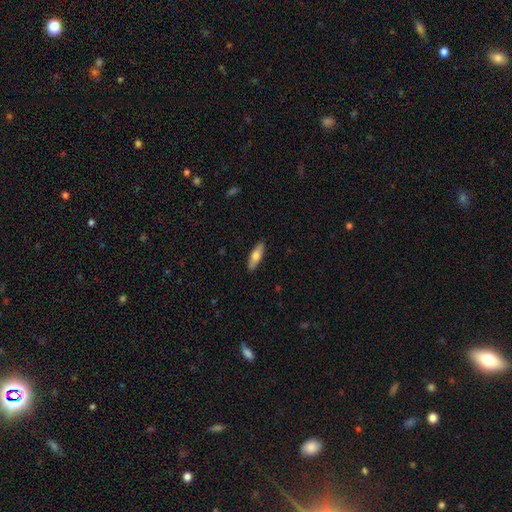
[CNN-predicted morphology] smooth_or_featured: smooth (p=0.66) [alt: featured or disk p=0.28]
how_rounded: in between (p=0.50) [alt: cigar-shaped p=0.48]
merging: none (p=0.89) [alt: minor disturbance p=0.08]